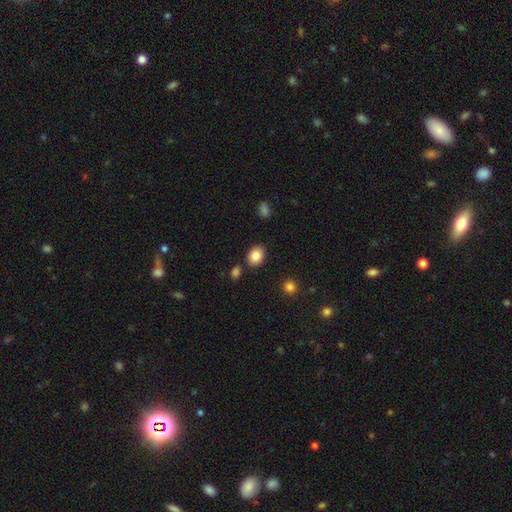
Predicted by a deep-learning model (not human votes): smooth-or-featured: smooth: 85% | star or artifact: 9% | featured or disk: 6%
  how-rounded: in between: 62% | round: 37% | cigar-shaped: 1%
  merging: none: 84% | minor disturbance: 9% | merger: 5% | major disturbance: 2%